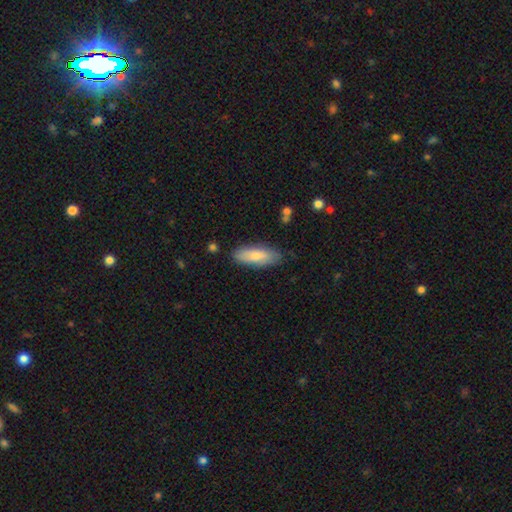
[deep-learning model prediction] Smooth or featured? Predicted: smooth (p=0.81). How rounded? Predicted: in between (p=0.65). Merging? Predicted: none (p=0.82).